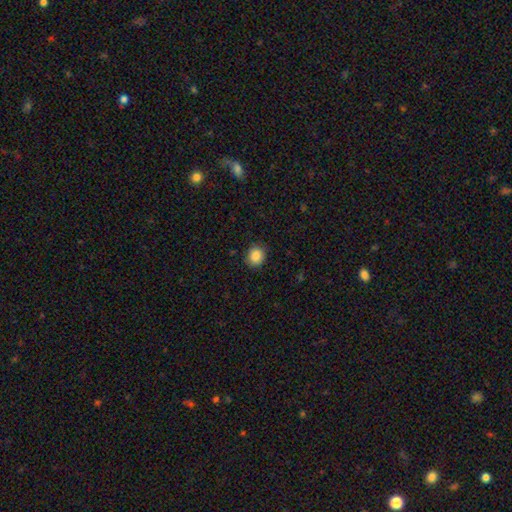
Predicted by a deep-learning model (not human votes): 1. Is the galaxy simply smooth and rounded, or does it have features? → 87% smooth, 9% star or artifact, 4% featured or disk.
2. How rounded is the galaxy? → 73% round, 26% in between, 1% cigar-shaped.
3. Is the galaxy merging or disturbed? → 86% none, 11% minor disturbance, 3% major disturbance, 1% merger.